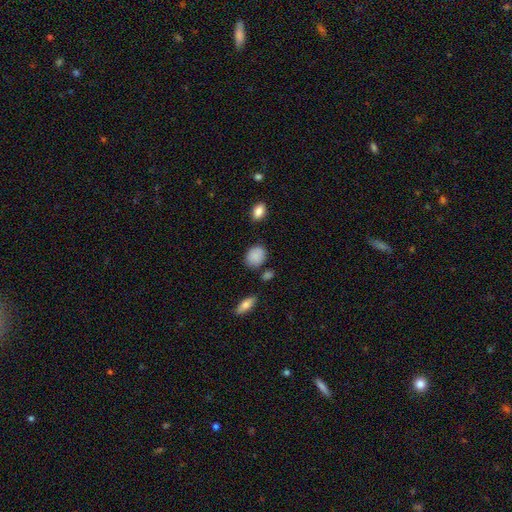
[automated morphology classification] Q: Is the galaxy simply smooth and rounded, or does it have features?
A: smooth — 87%.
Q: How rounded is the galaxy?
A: round — 51%.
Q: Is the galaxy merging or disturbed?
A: none — 78%.